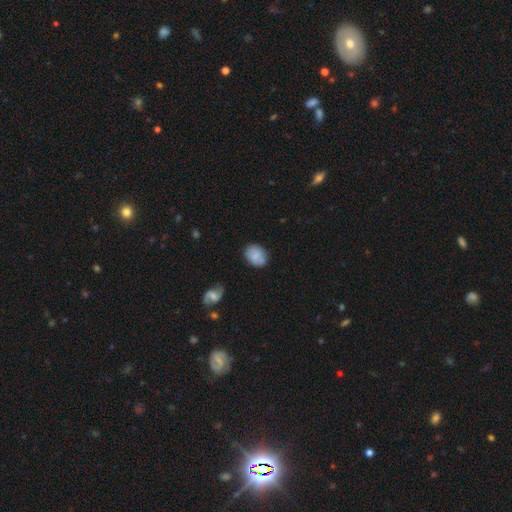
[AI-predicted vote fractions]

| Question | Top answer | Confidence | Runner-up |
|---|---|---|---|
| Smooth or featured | smooth | 77% | featured or disk (15%) |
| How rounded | in between | 57% | round (42%) |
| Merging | none | 72% | minor disturbance (19%) |